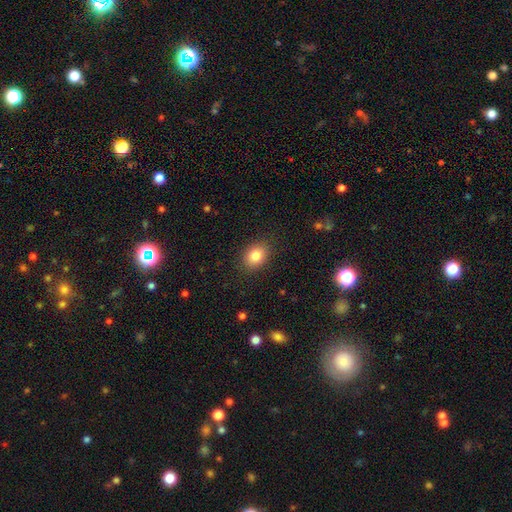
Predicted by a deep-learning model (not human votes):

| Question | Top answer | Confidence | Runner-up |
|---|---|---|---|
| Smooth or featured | smooth | 83% | star or artifact (9%) |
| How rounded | in between | 64% | round (35%) |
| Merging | none | 87% | minor disturbance (10%) |